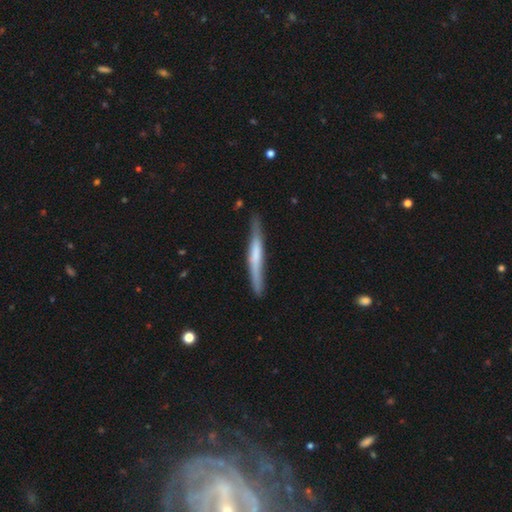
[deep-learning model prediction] featured or disk 50%, smooth 45%, star or artifact 5%. Down the decision tree: merging — none (80%).